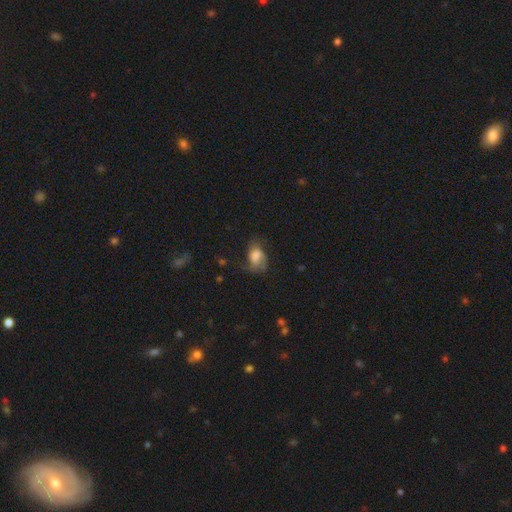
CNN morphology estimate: type=smooth (65%); roundness=in between (80%); merging=none (41%).